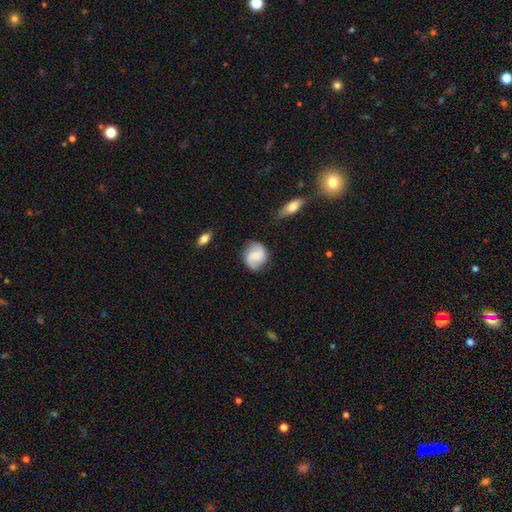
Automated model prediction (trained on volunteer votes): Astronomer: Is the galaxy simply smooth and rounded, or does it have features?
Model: featured or disk — 56% (runner-up: smooth, 37%).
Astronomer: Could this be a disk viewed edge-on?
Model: no — 97%.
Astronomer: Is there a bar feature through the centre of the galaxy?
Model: no — 49% (runner-up: weak, 40%).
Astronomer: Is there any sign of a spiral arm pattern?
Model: yes — 93%.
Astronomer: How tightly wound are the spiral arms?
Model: medium — 44% (runner-up: loose, 34%).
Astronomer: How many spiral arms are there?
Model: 2 — 85%.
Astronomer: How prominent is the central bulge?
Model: none — 38% (runner-up: small, 28%).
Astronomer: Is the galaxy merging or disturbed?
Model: none — 77%.